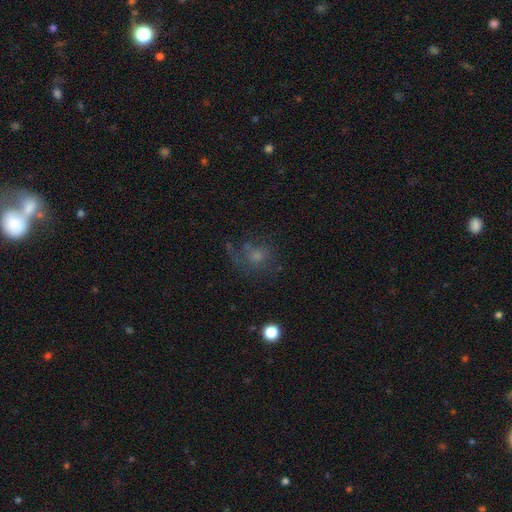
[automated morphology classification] The model was most divided on "smooth or featured": smooth: 53%, featured or disk: 26%, star or artifact: 21%. More confident: how rounded — round (72%); merging — none (52%).